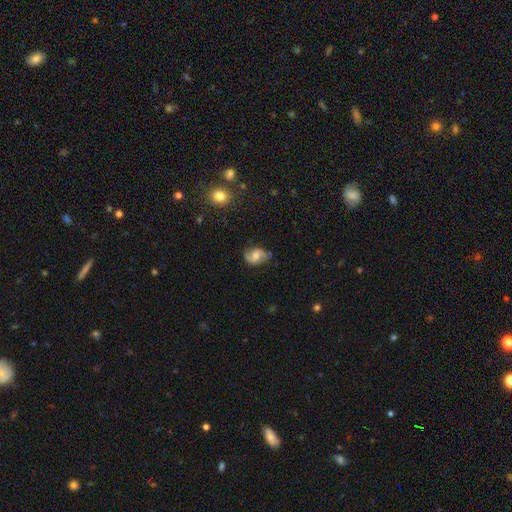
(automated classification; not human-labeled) smooth-or-featured: featured or disk: 49% | smooth: 43% | star or artifact: 9%
  merging: none: 68% | minor disturbance: 24% | major disturbance: 7% | merger: 2%